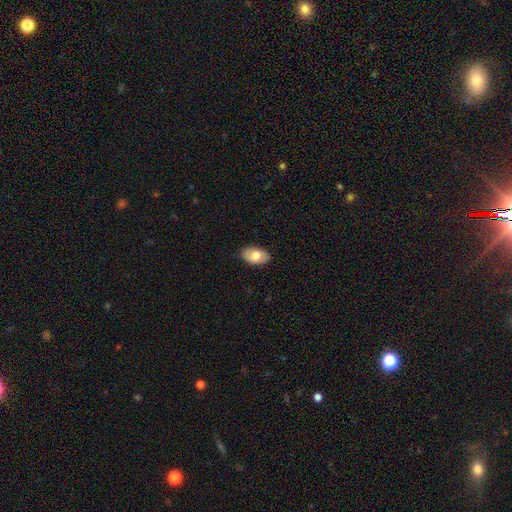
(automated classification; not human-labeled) Smooth or featured: smooth — 62% (featured or disk — 31%)
How rounded: in between — 91% (round — 7%)
Merging: none — 84% (minor disturbance — 12%)